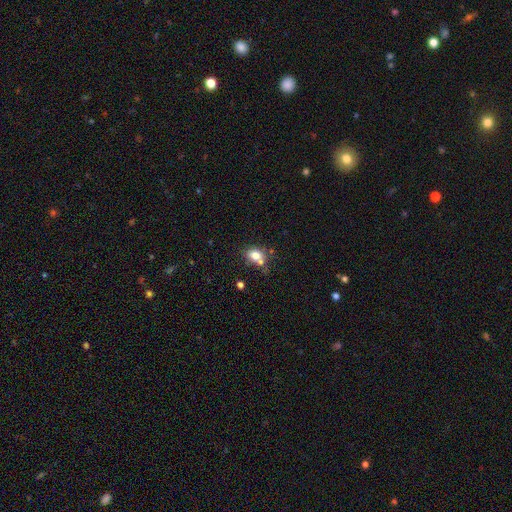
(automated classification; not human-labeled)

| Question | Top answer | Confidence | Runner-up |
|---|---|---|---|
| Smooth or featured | smooth | 77% | featured or disk (12%) |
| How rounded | in between | 60% | round (38%) |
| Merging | none | 51% | merger (27%) |